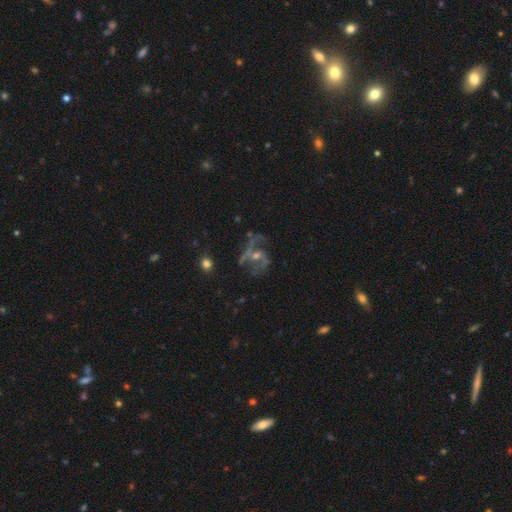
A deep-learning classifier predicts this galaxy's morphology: A featured or disk galaxy (76%) with no bar (45%), 2 (61%) loose (47%) spiral arms (82%) and a small central bulge (50%).

Vote fractions:
- Smooth or featured? featured or disk: 76% / star or artifact: 14% / smooth: 10%
- Edge-on disk? no: 96% / yes: 4%
- Bar? no: 45% / weak: 37% / strong: 18%
- Spiral arms? yes: 82% / no: 18%
- Spiral winding? loose: 47% / medium: 41% / tight: 13%
- Spiral arm count? 2: 61% / can't tell: 13% / 1: 11% / 3: 8% / 4: 3% / more than 4: 3%
- Bulge size? small: 50% / moderate: 41% / none: 4% / large: 3% / dominant: 1%
- Merging? none: 48% / major disturbance: 30% / minor disturbance: 17% / merger: 5%